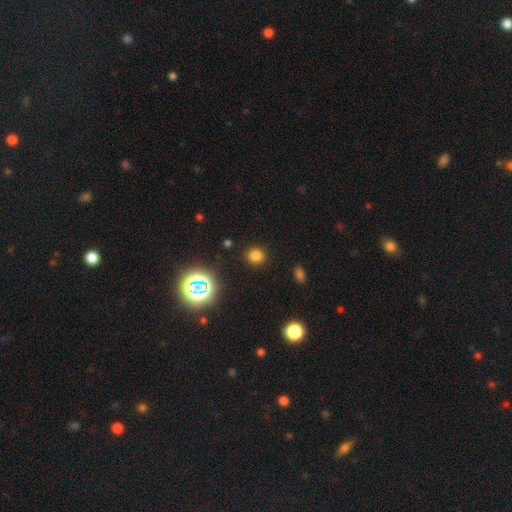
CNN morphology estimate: A smooth galaxy with no disk features (74%) that is round (85%). Merging: none (89%).